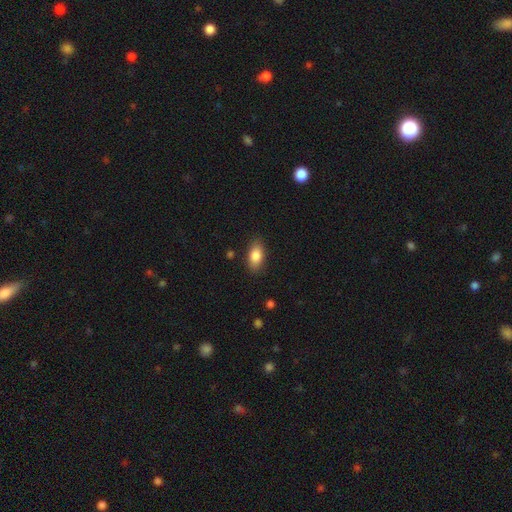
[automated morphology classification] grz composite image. It shows a smooth galaxy with no disk features (85%) that is in between round and cigar-shaped (89%). Merging: none (85%).